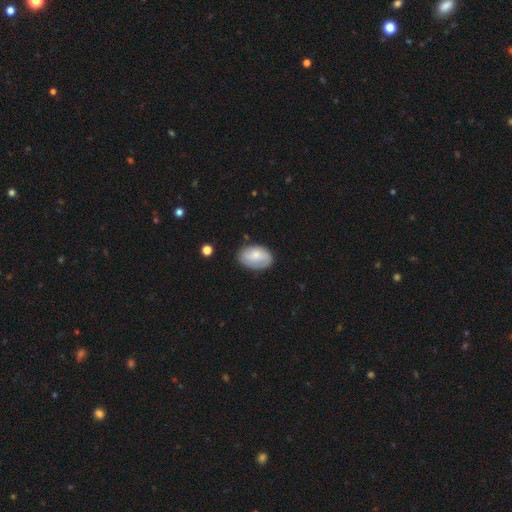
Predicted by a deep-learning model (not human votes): Smooth or featured: smooth — 69% (featured or disk — 24%)
How rounded: in between — 86% (round — 13%)
Merging: none — 72% (minor disturbance — 21%)